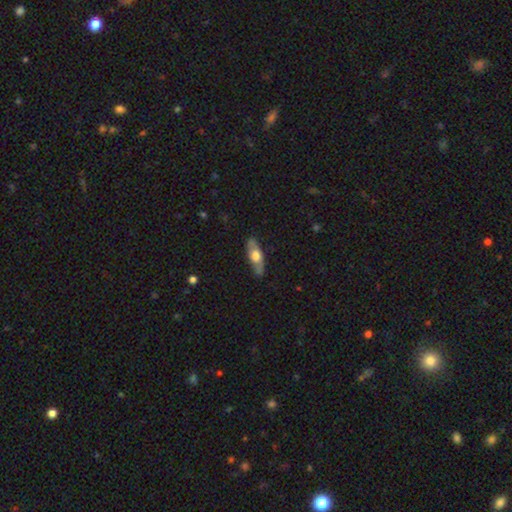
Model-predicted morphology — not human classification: Smooth or featured? featured or disk (49%)
Merging? none (81%)